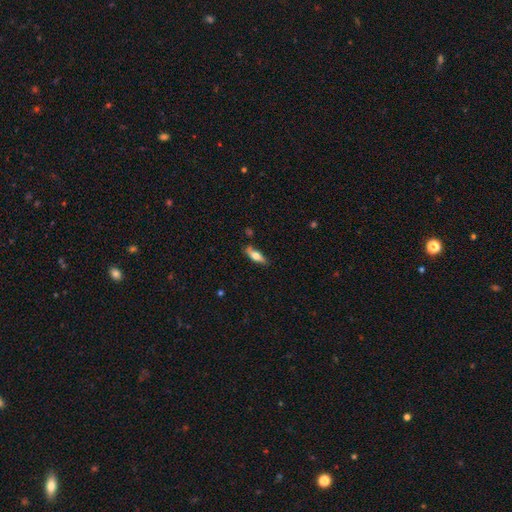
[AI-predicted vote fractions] Smooth or featured? Predicted: smooth (p=0.61). How rounded? Predicted: in between (p=0.55). Merging? Predicted: none (p=0.78).